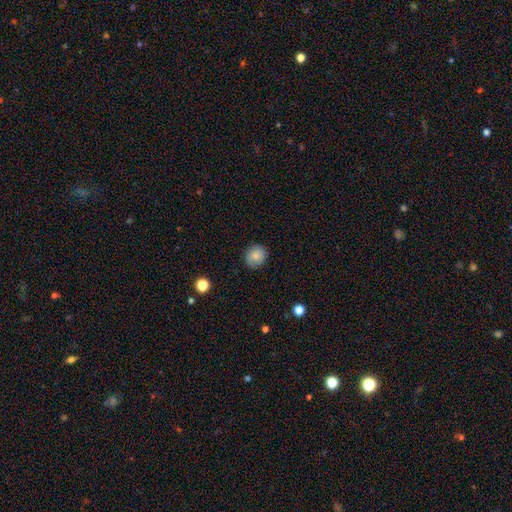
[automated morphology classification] smooth_or_featured: smooth (p=0.82) [alt: featured or disk p=0.09]
how_rounded: round (p=0.81) [alt: in between p=0.18]
merging: none (p=0.86) [alt: minor disturbance p=0.10]